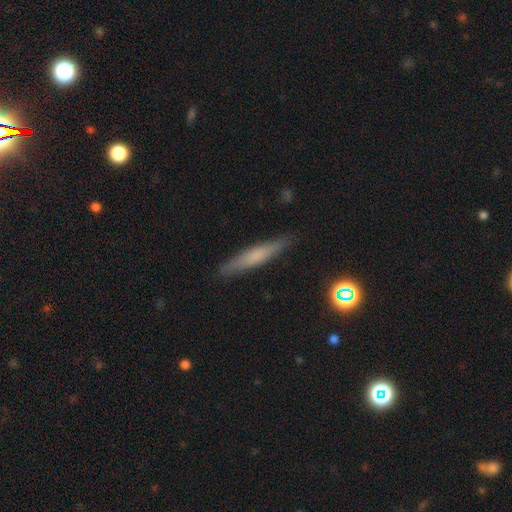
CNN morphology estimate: This is likely a smooth galaxy (60%). How rounded: clearly cigar-shaped (91%). Merging: clearly none (88%).